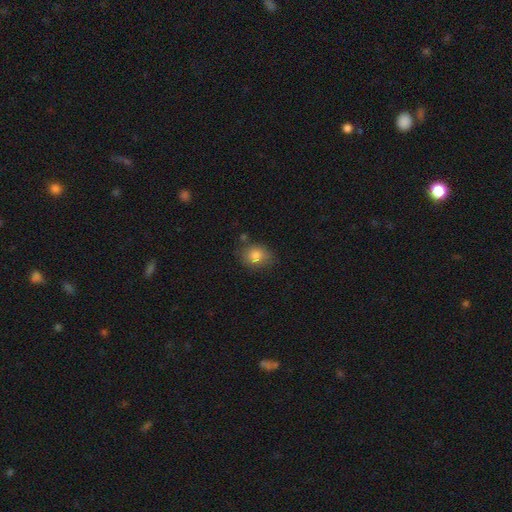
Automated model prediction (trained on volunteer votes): Smooth or featured? smooth (81%)
How rounded? round (53%)
Merging? none (66%)